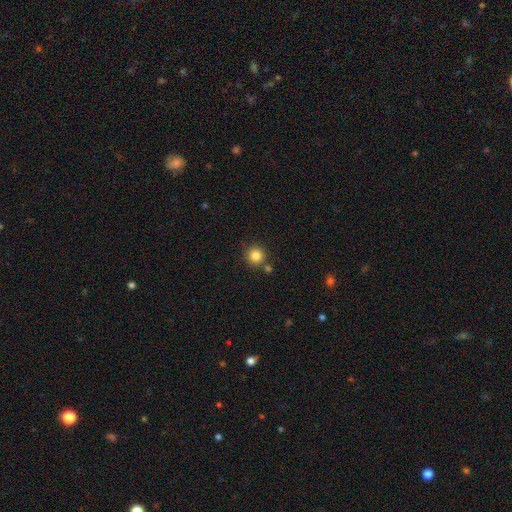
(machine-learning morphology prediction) type=smooth (83%); roundness=round (94%); merging=none (81%).